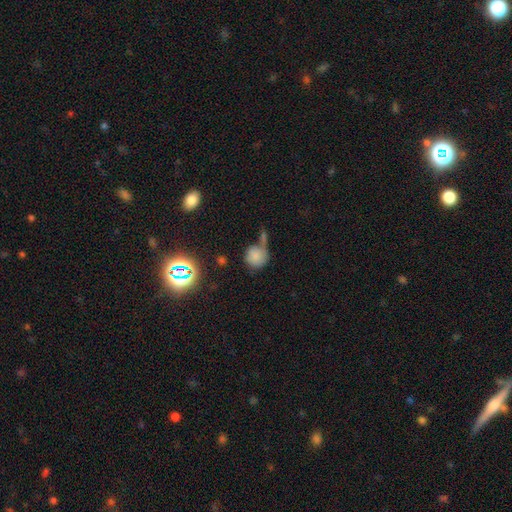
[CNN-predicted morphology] smooth_or_featured: smooth (p=0.75) [alt: star or artifact p=0.14]
how_rounded: round (p=0.86) [alt: in between p=0.13]
merging: none (p=0.42) [alt: merger p=0.28]